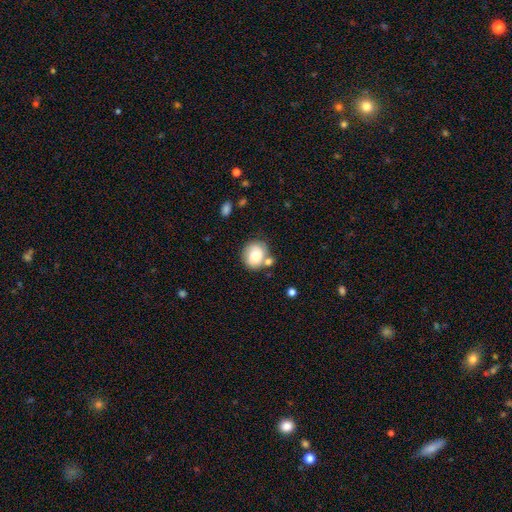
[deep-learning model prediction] Smooth or featured? smooth (82%)
How rounded? round (69%)
Merging? none (59%)